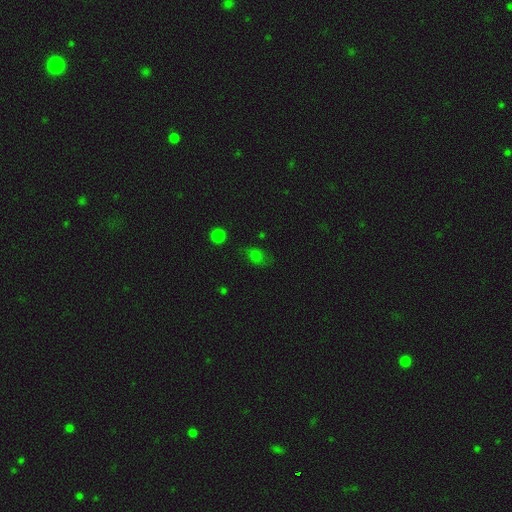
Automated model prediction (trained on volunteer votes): smooth-or-featured: smooth: 67% | star or artifact: 22% | featured or disk: 11%
  how-rounded: in between: 65% | round: 33% | cigar-shaped: 3%
  merging: none: 64% | minor disturbance: 23% | major disturbance: 10% | merger: 3%